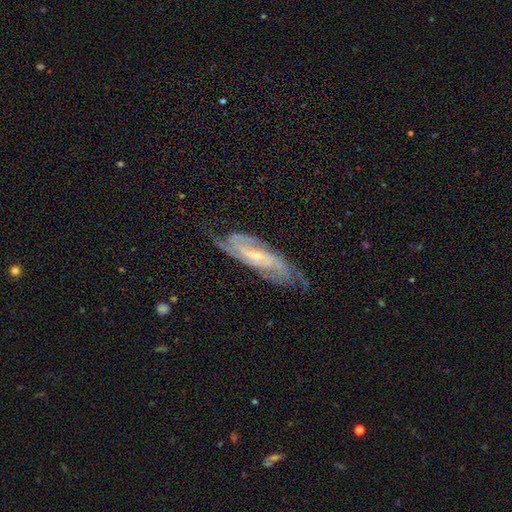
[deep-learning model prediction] Smooth or featured? Predicted: featured or disk (p=0.87). Edge-on disk? Predicted: no (p=0.86). Bar? Predicted: weak (p=0.43). Spiral arms? Predicted: yes (p=0.97). Spiral winding? Predicted: tight (p=0.52). Spiral arm count? Predicted: 2 (p=0.41). Bulge size? Predicted: small (p=0.71). Merging? Predicted: none (p=0.73).